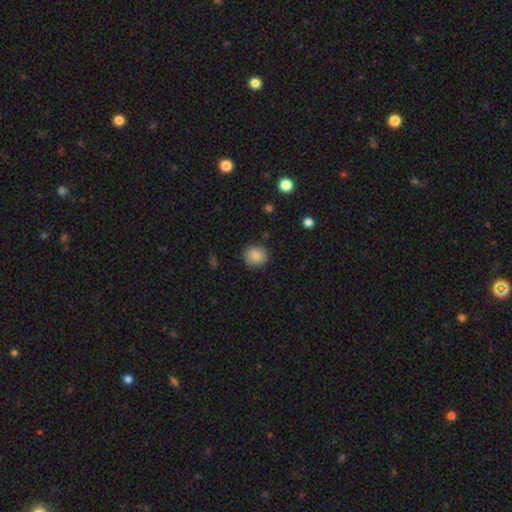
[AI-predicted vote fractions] smooth_or_featured: smooth (p=0.86) [alt: star or artifact p=0.09]
how_rounded: round (p=0.81) [alt: in between p=0.18]
merging: none (p=0.87) [alt: minor disturbance p=0.09]